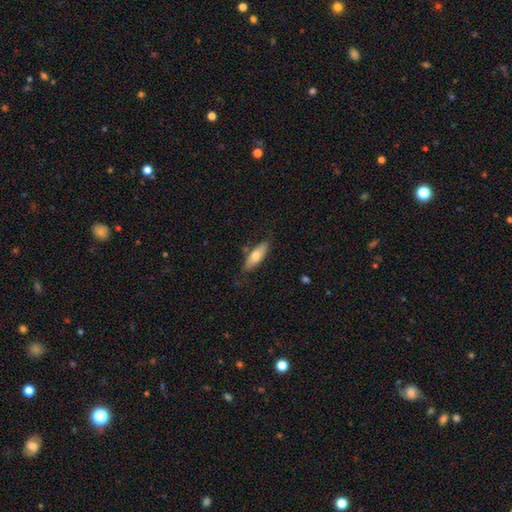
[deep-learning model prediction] Smooth or featured: smooth — 66% (featured or disk — 28%)
How rounded: in between — 68% (cigar-shaped — 30%)
Merging: none — 77% (minor disturbance — 17%)